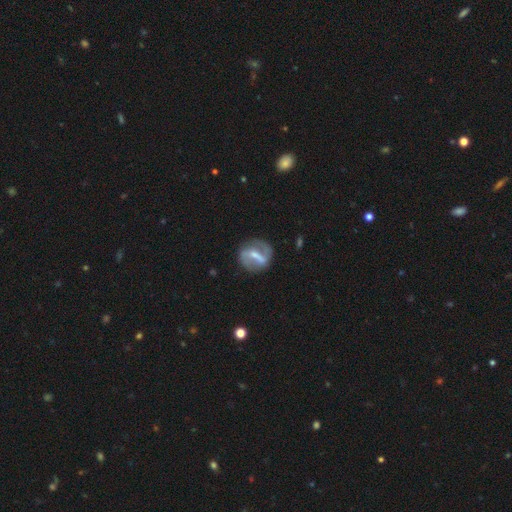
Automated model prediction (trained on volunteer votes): Q: Smooth or featured?
A: featured or disk (73%); runner-up: smooth (21%)
Q: Edge-on disk?
A: no (93%); runner-up: yes (7%)
Q: Bar?
A: strong (63%); runner-up: weak (27%)
Q: Spiral arms?
A: yes (65%); runner-up: no (35%)
Q: Bulge size?
A: small (38%); runner-up: moderate (35%)
Q: Merging?
A: none (74%); runner-up: minor disturbance (15%)